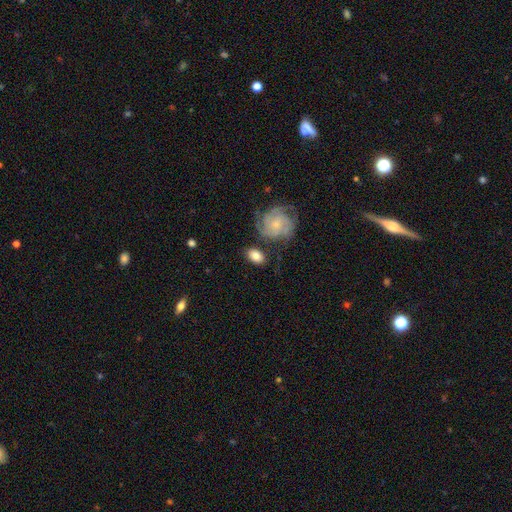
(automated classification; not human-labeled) Smooth or featured?
  - smooth: 67% *
  - featured or disk: 27%
  - star or artifact: 6%
How rounded?
  - in between: 82% *
  - round: 16%
  - cigar-shaped: 2%
Merging?
  - none: 70% *
  - minor disturbance: 16%
  - merger: 8%
  - major disturbance: 6%